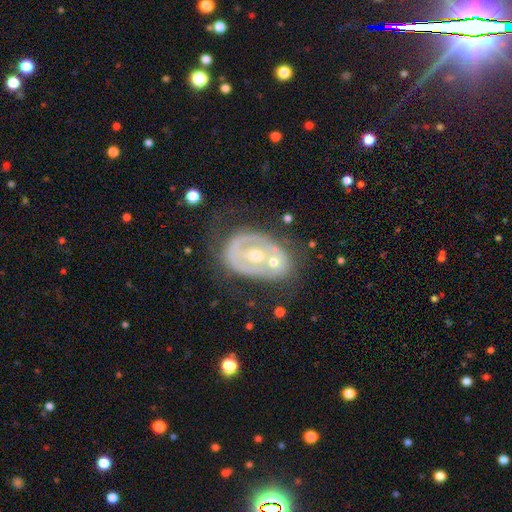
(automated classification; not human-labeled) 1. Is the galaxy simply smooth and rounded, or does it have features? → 72% featured or disk, 22% smooth, 7% star or artifact.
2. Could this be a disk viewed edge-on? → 95% no, 5% yes.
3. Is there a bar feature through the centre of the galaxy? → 71% no, 20% weak, 9% strong.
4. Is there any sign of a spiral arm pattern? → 64% no, 36% yes.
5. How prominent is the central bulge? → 59% moderate, 36% small, 3% large, 2% none, 1% dominant.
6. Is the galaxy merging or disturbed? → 39% none, 25% merger, 20% minor disturbance, 15% major disturbance.